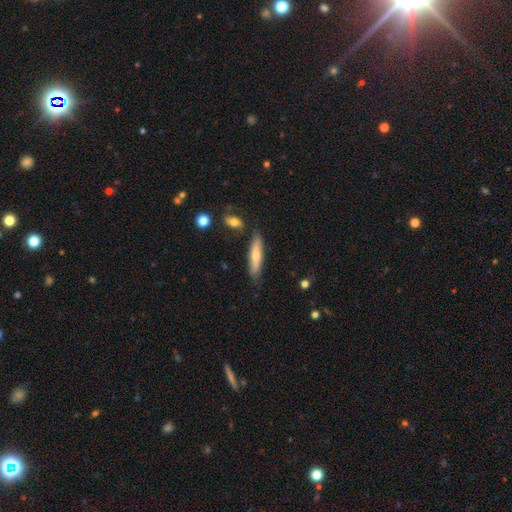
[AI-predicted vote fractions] Smooth or featured?
  - smooth: 61% *
  - featured or disk: 33%
  - star or artifact: 6%
How rounded?
  - cigar-shaped: 80% *
  - in between: 18%
  - round: 2%
Merging?
  - none: 78% *
  - minor disturbance: 15%
  - merger: 5%
  - major disturbance: 3%